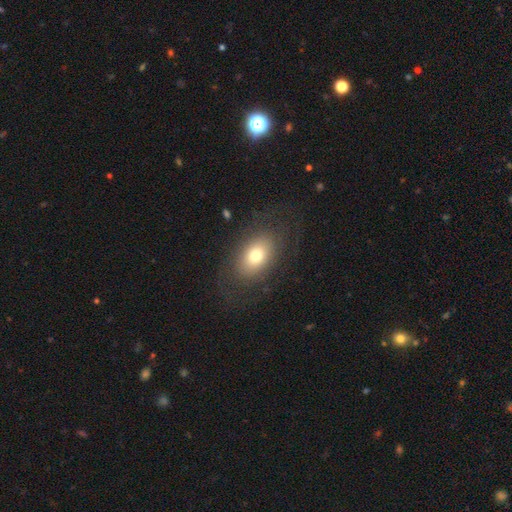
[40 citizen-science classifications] A smooth galaxy with no disk features (62%) that is in between round and cigar-shaped (88%). Merging: none (82%).